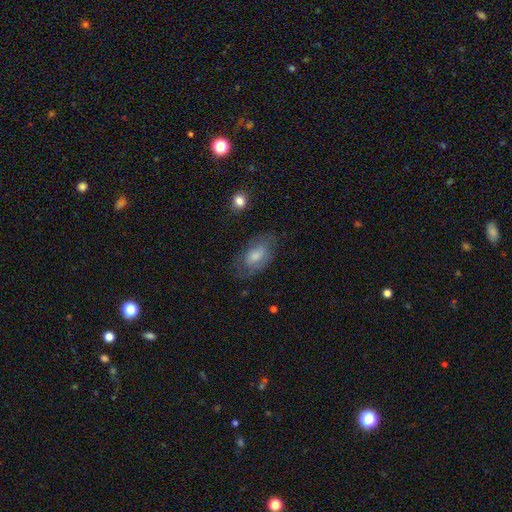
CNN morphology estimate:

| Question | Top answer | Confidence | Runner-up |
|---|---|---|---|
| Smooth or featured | smooth | 59% | featured or disk (33%) |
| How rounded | in between | 91% | round (6%) |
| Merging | none | 65% | minor disturbance (23%) |